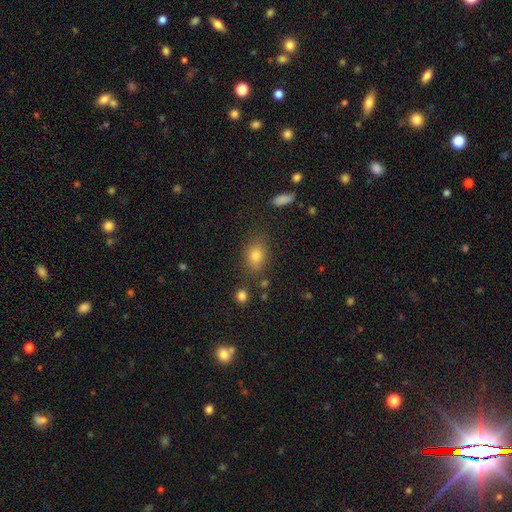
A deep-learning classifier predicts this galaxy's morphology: Smooth or featured? smooth (78%)
How rounded? in between (73%)
Merging? none (77%)